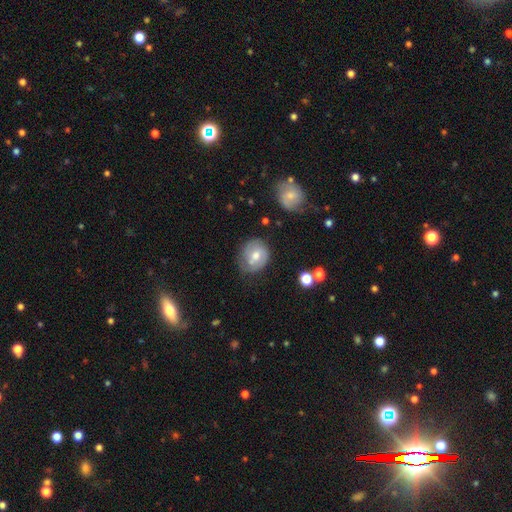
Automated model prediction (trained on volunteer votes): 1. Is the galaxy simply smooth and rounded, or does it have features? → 47% featured or disk, 45% smooth, 7% star or artifact.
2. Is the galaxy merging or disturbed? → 63% none, 25% minor disturbance, 8% major disturbance, 3% merger.